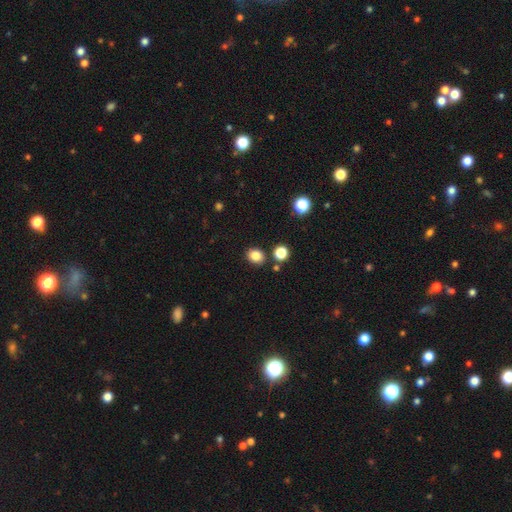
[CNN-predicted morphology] Smooth or featured: smooth — 83% (star or artifact — 11%)
How rounded: round — 53% (in between — 46%)
Merging: none — 83% (minor disturbance — 9%)